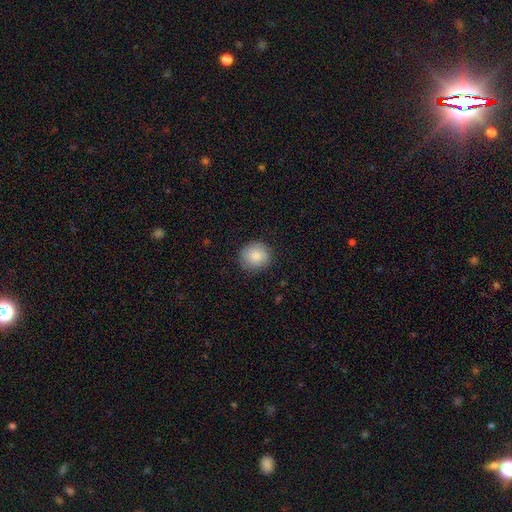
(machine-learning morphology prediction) The model was most divided on "merging": none: 86%, minor disturbance: 11%, major disturbance: 3%, merger: 1%. More confident: how rounded — round (89%); smooth or featured — smooth (86%).